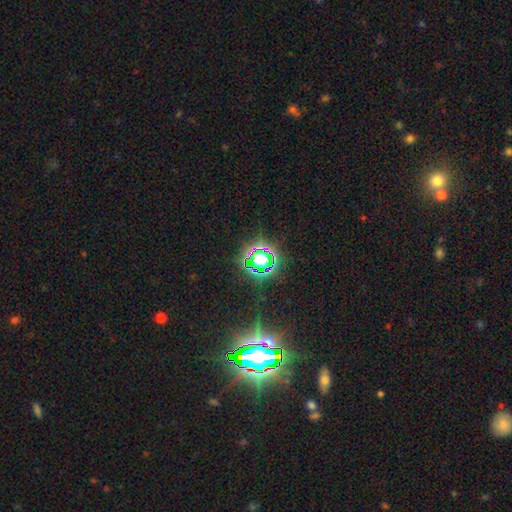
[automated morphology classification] smooth-or-featured: star or artifact: 70% | smooth: 20% | featured or disk: 10%